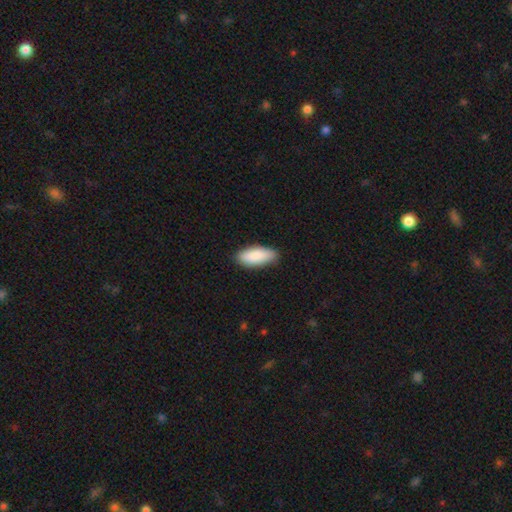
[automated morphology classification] This is clearly a smooth galaxy (88%). How rounded: likely in between (77%). Merging: clearly none (85%).